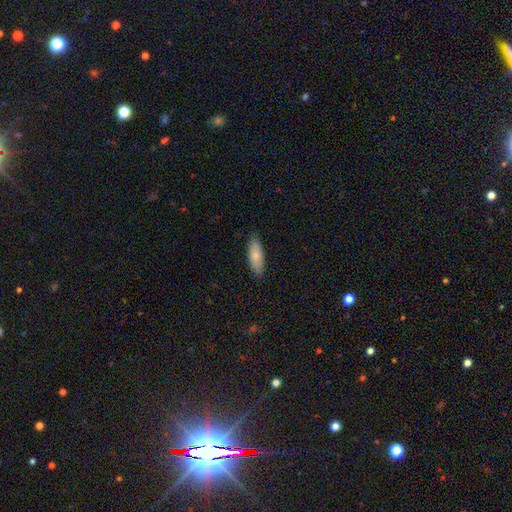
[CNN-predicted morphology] Q: Smooth or featured?
A: smooth (79%); runner-up: featured or disk (16%)
Q: How rounded?
A: in between (71%); runner-up: cigar-shaped (27%)
Q: Merging?
A: none (87%); runner-up: minor disturbance (10%)